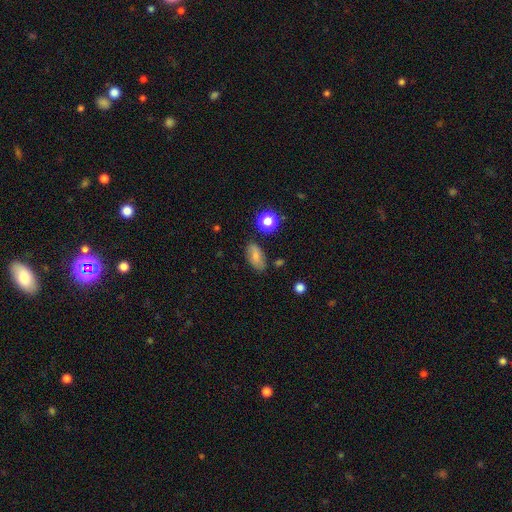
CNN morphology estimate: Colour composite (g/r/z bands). It shows a smooth galaxy with no disk features (73%) that is in between round and cigar-shaped (88%). Merging: none (77%).